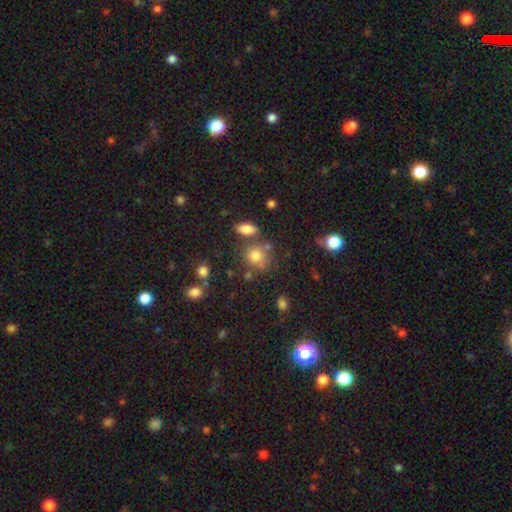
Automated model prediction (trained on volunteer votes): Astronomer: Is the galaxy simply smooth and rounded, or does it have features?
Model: smooth — 76%.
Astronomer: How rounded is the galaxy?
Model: round — 73%.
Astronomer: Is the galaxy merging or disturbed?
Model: none — 60%.